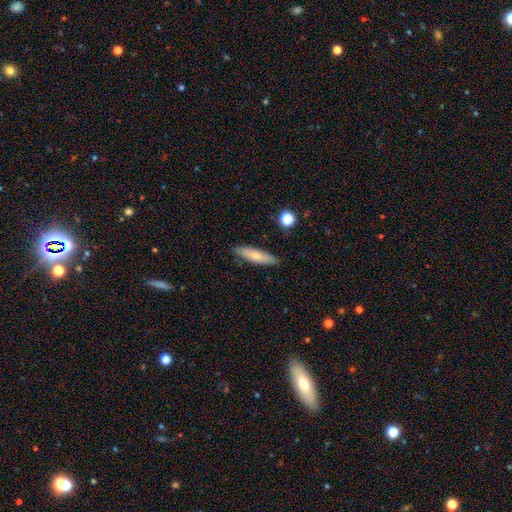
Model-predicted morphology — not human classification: Smooth or featured?
  - smooth: 70% *
  - featured or disk: 23%
  - star or artifact: 7%
How rounded?
  - cigar-shaped: 72% *
  - in between: 26%
  - round: 2%
Merging?
  - none: 85% *
  - minor disturbance: 11%
  - major disturbance: 2%
  - merger: 2%